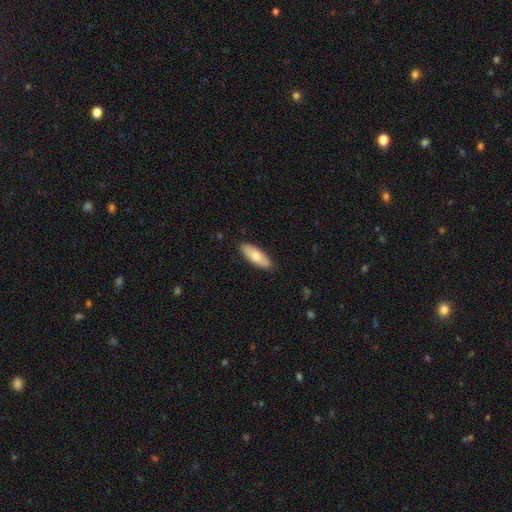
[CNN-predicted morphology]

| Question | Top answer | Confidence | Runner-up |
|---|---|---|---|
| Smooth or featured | smooth | 70% | featured or disk (25%) |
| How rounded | in between | 66% | cigar-shaped (32%) |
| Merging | none | 89% | minor disturbance (8%) |